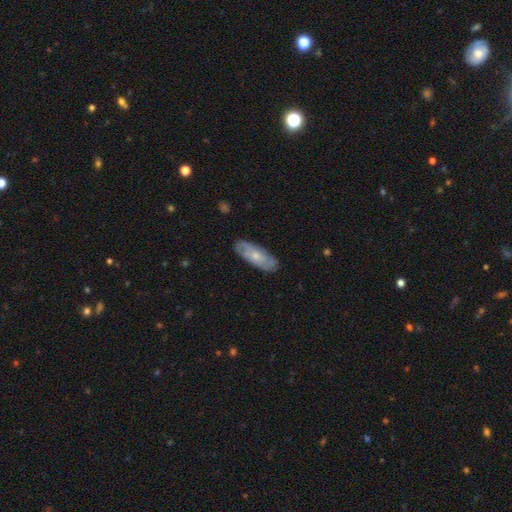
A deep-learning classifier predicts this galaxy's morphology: This appears to be a featured or disk galaxy (49%). Merging: none (82%).